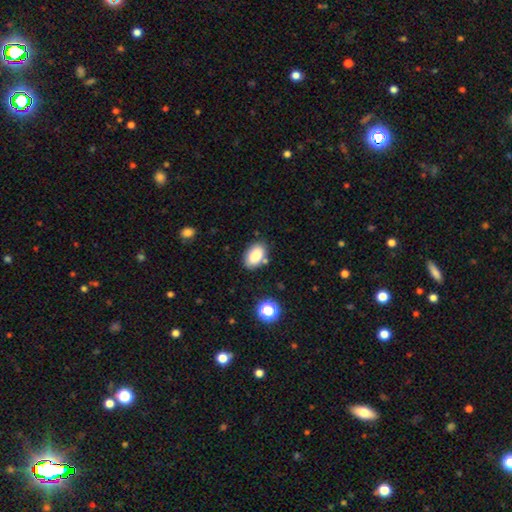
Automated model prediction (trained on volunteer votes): Smooth or featured?
  - smooth: 84% *
  - star or artifact: 9%
  - featured or disk: 8%
How rounded?
  - in between: 89% *
  - round: 10%
  - cigar-shaped: 1%
Merging?
  - none: 78% *
  - minor disturbance: 13%
  - merger: 6%
  - major disturbance: 3%